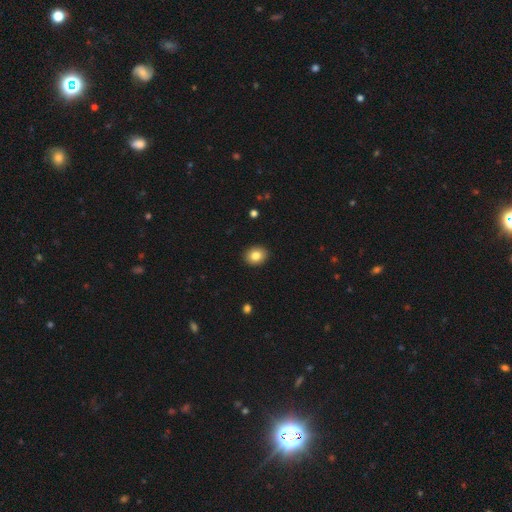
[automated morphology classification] A smooth galaxy with no disk features (83%) that is round (54%).

Vote fractions:
- Smooth or featured? smooth: 83% / star or artifact: 9% / featured or disk: 8%
- How rounded? round: 54% / in between: 45% / cigar-shaped: 1%
- Merging? none: 91% / minor disturbance: 6% / major disturbance: 2% / merger: 1%